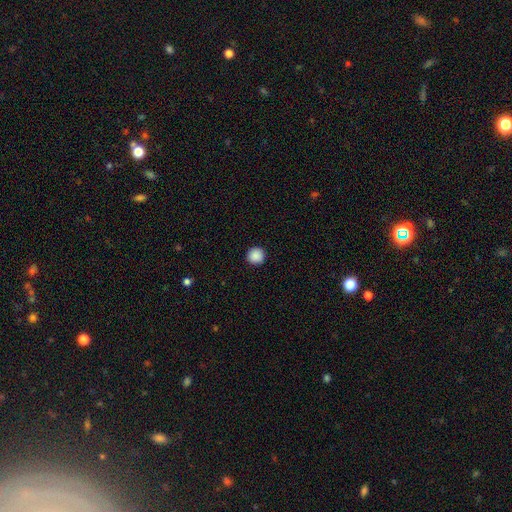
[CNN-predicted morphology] Smooth or featured? Predicted: smooth (p=0.89). How rounded? Predicted: round (p=0.95). Merging? Predicted: none (p=0.93).